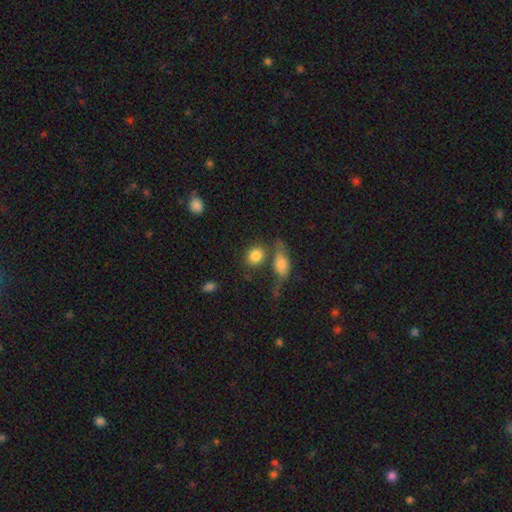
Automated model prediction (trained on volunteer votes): This is clearly a smooth galaxy (83%). How rounded: likely round (60%). Merging: possibly none (60%).